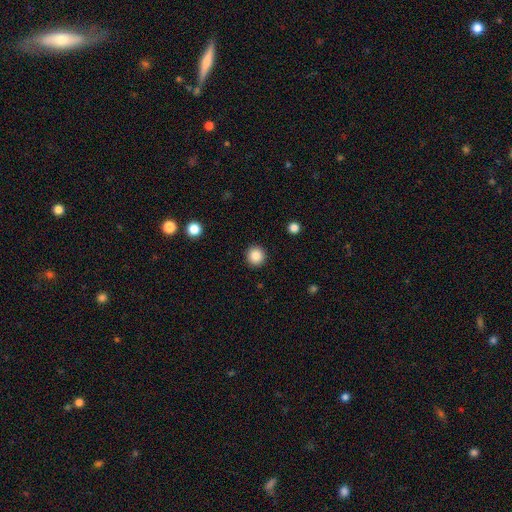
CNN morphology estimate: smooth-or-featured: smooth: 86% | star or artifact: 10% | featured or disk: 4%
  how-rounded: round: 95% | in between: 4% | cigar-shaped: 1%
  merging: none: 93% | minor disturbance: 4% | major disturbance: 2% | merger: 1%